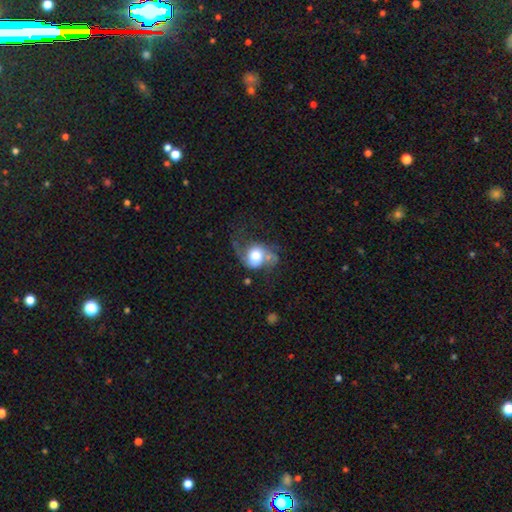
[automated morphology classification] Smooth or featured? featured or disk (52%)
Edge-on disk? no (97%)
Bar? no (75%)
Spiral arms? yes (78%)
Bulge size? large (45%)
Merging? major disturbance (36%)